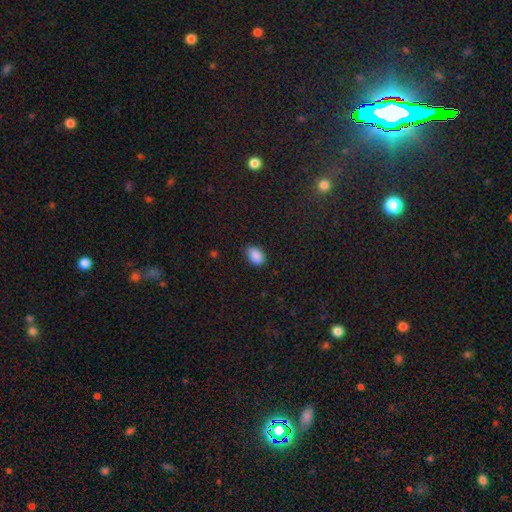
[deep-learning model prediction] Morphology: type=smooth (89%); roundness=in between (86%); merging=none (83%).